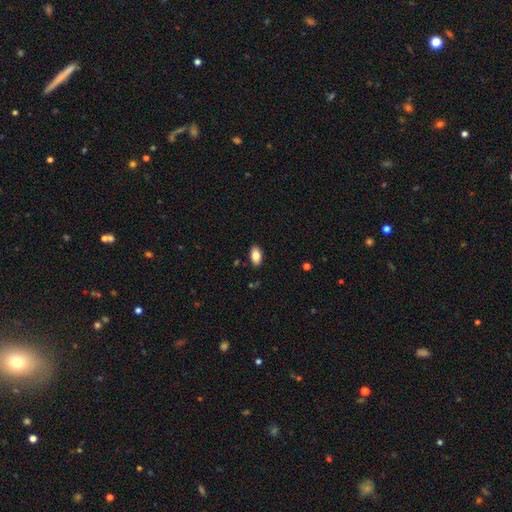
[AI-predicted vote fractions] Smooth or featured: smooth — 84% (featured or disk — 9%)
How rounded: in between — 93% (round — 4%)
Merging: none — 87% (minor disturbance — 10%)